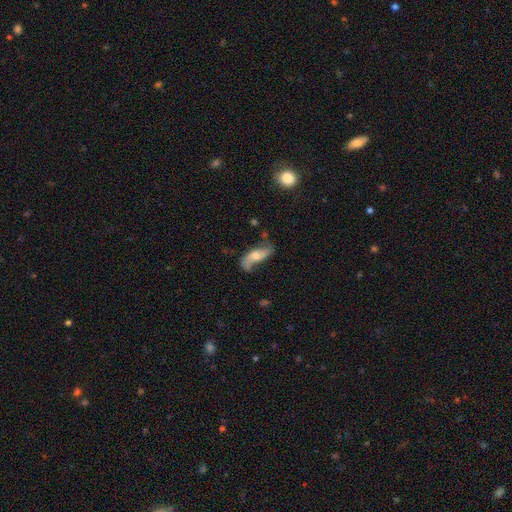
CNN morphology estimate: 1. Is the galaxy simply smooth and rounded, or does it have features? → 61% featured or disk, 31% smooth, 8% star or artifact.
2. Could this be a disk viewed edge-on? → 84% no, 16% yes.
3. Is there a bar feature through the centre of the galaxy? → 60% no, 30% weak, 11% strong.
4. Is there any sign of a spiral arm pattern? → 84% yes, 16% no.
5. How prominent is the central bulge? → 55% moderate, 29% small, 9% large, 5% none, 2% dominant.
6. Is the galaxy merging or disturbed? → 53% none, 26% minor disturbance, 15% major disturbance, 5% merger.